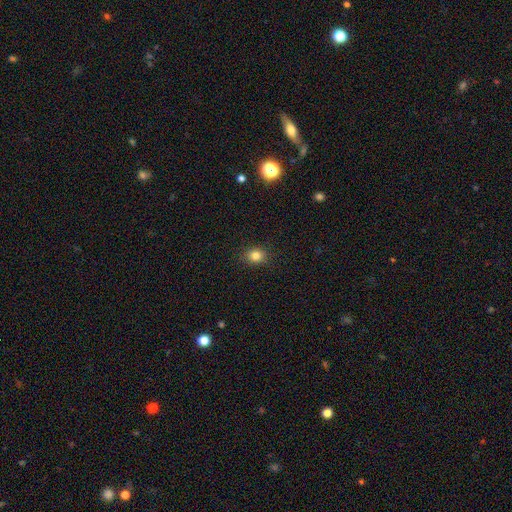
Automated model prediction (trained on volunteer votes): smooth-or-featured: smooth: 82% | star or artifact: 12% | featured or disk: 6%
  how-rounded: round: 59% | in between: 40% | cigar-shaped: 1%
  merging: none: 88% | minor disturbance: 9% | major disturbance: 2% | merger: 1%